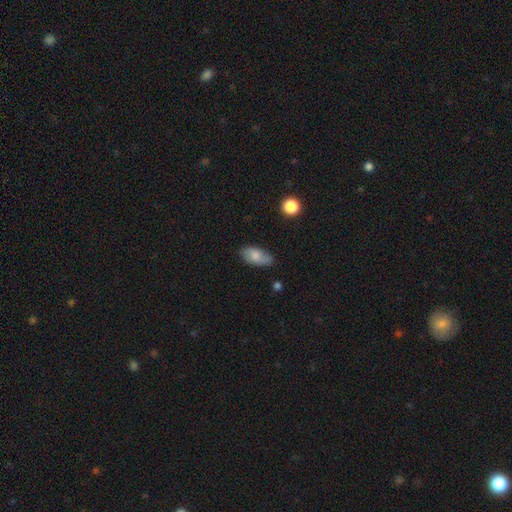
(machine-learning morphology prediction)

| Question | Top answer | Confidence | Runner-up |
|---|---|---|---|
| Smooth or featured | smooth | 74% | featured or disk (19%) |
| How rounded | in between | 92% | cigar-shaped (4%) |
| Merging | none | 75% | minor disturbance (20%) |